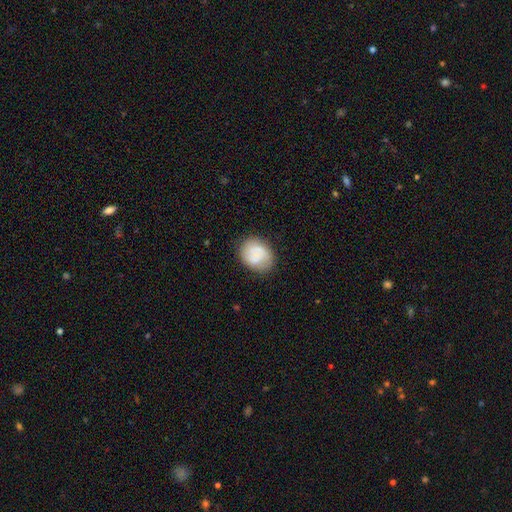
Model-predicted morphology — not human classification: Q: Smooth or featured?
A: smooth (65%); runner-up: featured or disk (27%)
Q: How rounded?
A: round (51%); runner-up: in between (48%)
Q: Merging?
A: none (76%); runner-up: minor disturbance (16%)